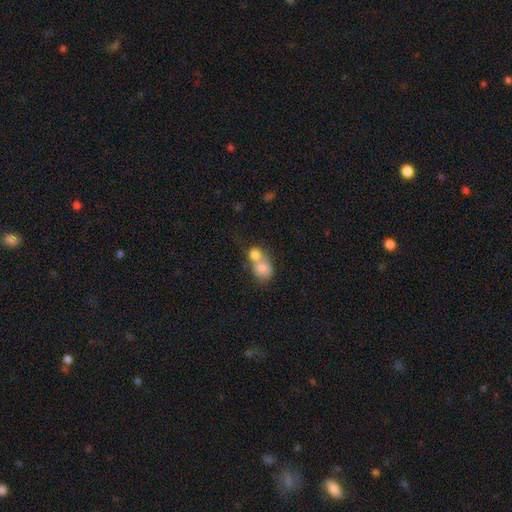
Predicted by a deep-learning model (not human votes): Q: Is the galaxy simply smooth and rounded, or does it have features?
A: smooth — 75%.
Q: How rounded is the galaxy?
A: round — 64%.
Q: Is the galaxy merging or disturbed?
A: merger — 73%.